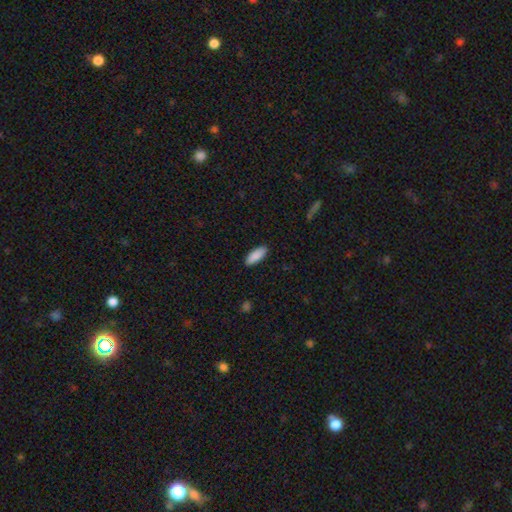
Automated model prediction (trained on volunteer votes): smooth-or-featured: smooth: 90% | star or artifact: 6% | featured or disk: 5%
  how-rounded: in between: 74% | cigar-shaped: 24% | round: 2%
  merging: none: 90% | minor disturbance: 8% | major disturbance: 2% | merger: 1%